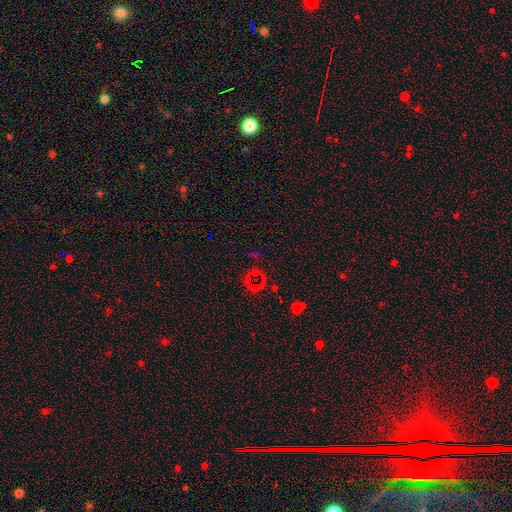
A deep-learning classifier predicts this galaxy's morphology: The model was most divided on "smooth or featured": star or artifact: 69%, smooth: 22%, featured or disk: 9%.